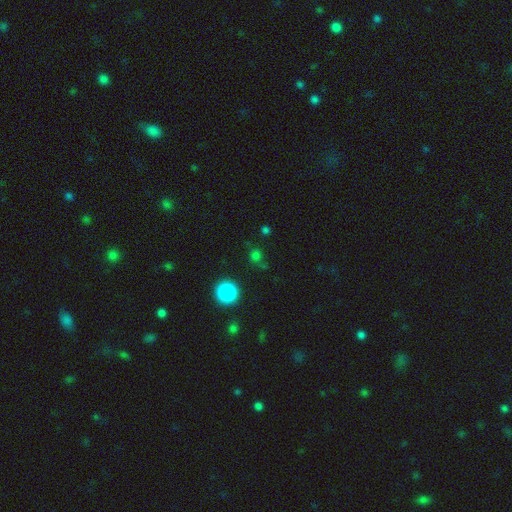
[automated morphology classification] Overall: smooth (61%; star or artifact 33%). How rounded: round (89%). Merging: none (74%).